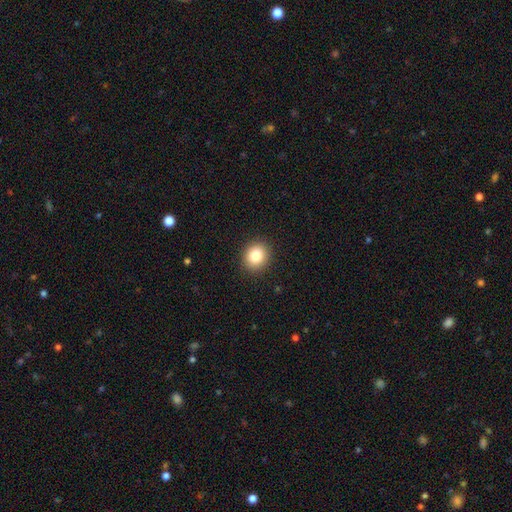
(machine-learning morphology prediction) type=smooth (83%); roundness=round (75%); merging=none (90%).